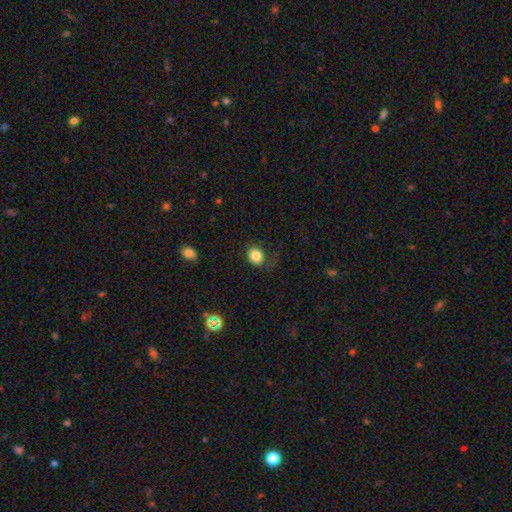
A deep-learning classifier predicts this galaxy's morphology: Q: Smooth or featured?
A: smooth (84%); runner-up: star or artifact (10%)
Q: How rounded?
A: round (55%); runner-up: in between (44%)
Q: Merging?
A: none (69%); runner-up: minor disturbance (19%)